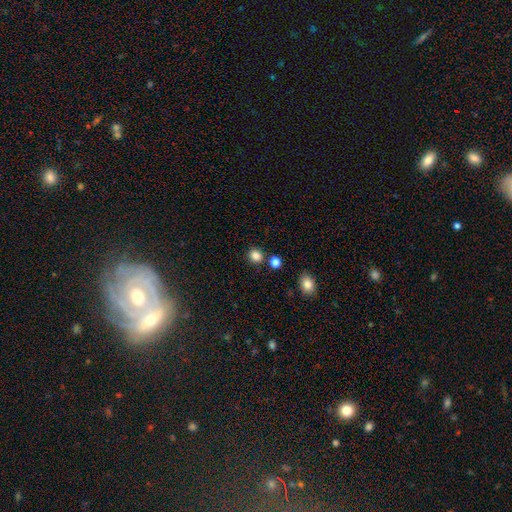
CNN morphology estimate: Overall: smooth (84%). How rounded: round (85%). Merging: none (85%).